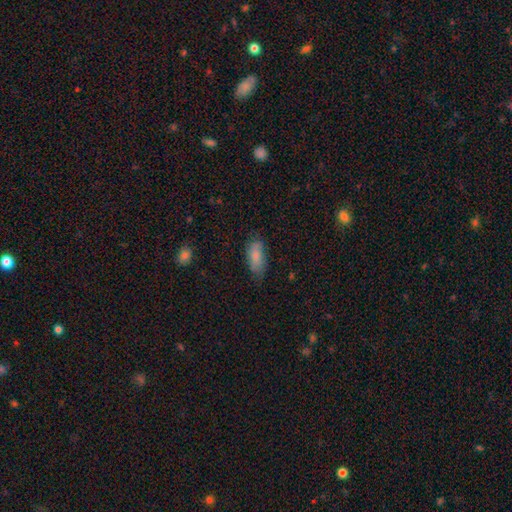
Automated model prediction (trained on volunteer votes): A smooth galaxy with no disk features (82%) that is in between round and cigar-shaped (84%).

Vote fractions:
- Smooth or featured? smooth: 82% / featured or disk: 11% / star or artifact: 7%
- How rounded? in between: 84% / cigar-shaped: 13% / round: 2%
- Merging? none: 66% / minor disturbance: 26% / major disturbance: 6% / merger: 2%